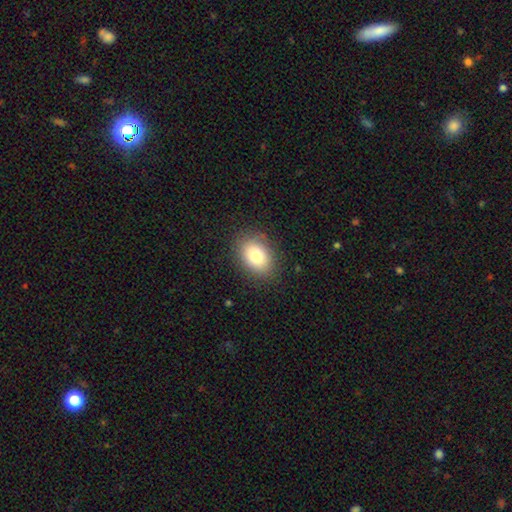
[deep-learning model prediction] Morphology: type=smooth (80%); roundness=in between (72%); merging=none (86%).